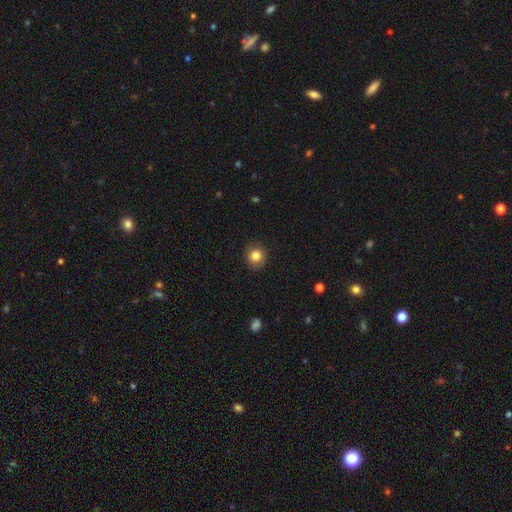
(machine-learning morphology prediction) This is clearly a smooth galaxy (83%). How rounded: clearly round (86%). Merging: clearly none (88%).